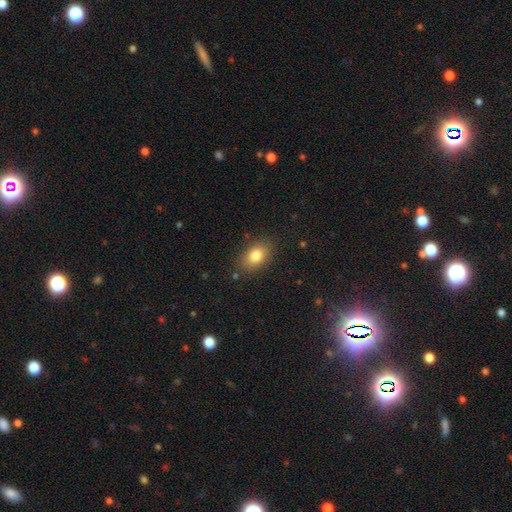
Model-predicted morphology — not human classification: type=smooth (81%); roundness=in between (82%); merging=none (83%).